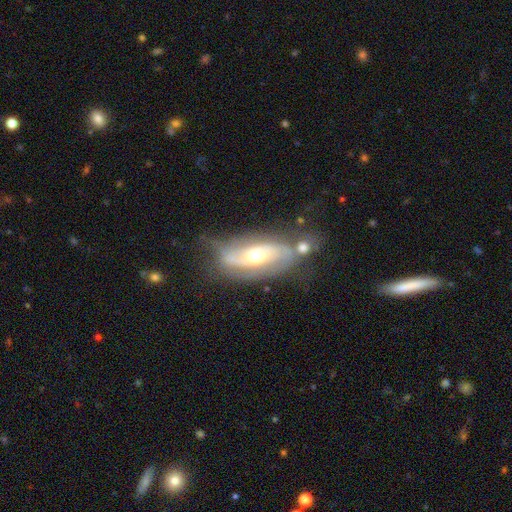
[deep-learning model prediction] Smooth or featured: featured or disk — 76% (smooth — 17%)
Edge-on disk: no — 89% (yes — 11%)
Bar: no — 55% (weak — 30%)
Spiral arms: yes — 85% (no — 15%)
Spiral winding: medium — 39% (loose — 34%)
Spiral arm count: 2 — 75% (can't tell — 16%)
Bulge size: moderate — 61% (small — 33%)
Merging: none — 52% (minor disturbance — 23%)